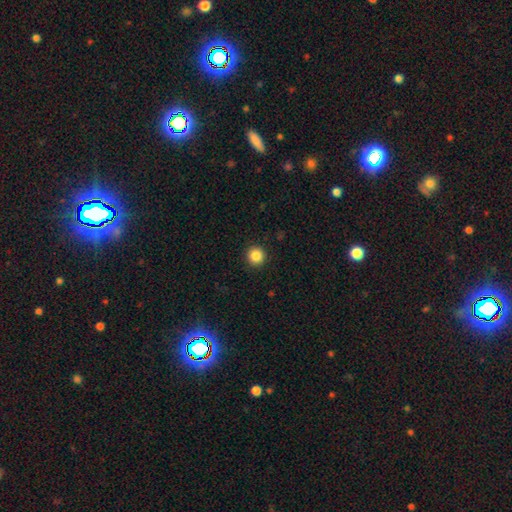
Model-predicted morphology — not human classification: Q: Smooth or featured?
A: smooth (86%); runner-up: star or artifact (10%)
Q: How rounded?
A: round (95%); runner-up: in between (4%)
Q: Merging?
A: none (92%); runner-up: minor disturbance (5%)